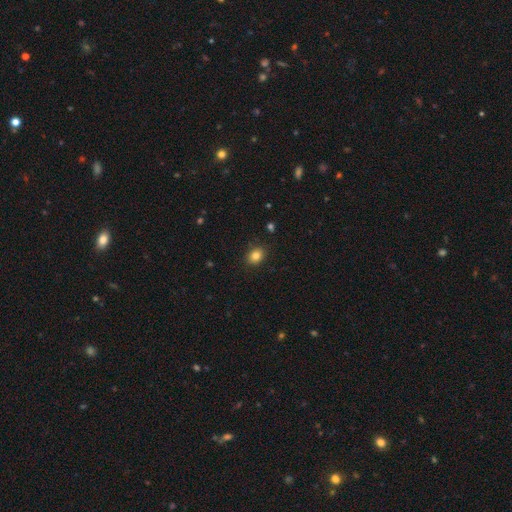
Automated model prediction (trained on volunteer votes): Q: Smooth or featured?
A: smooth (84%); runner-up: star or artifact (11%)
Q: How rounded?
A: round (51%); runner-up: in between (48%)
Q: Merging?
A: none (87%); runner-up: minor disturbance (9%)